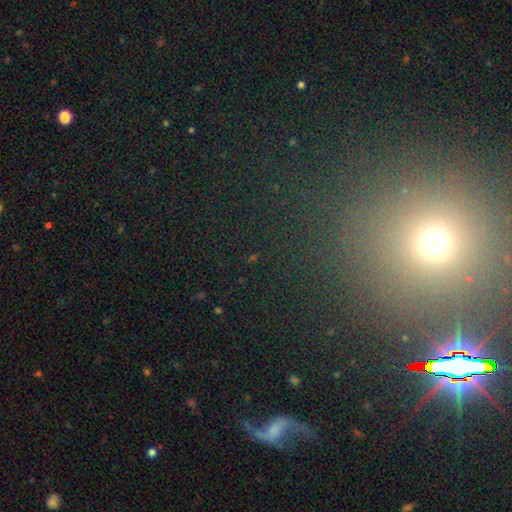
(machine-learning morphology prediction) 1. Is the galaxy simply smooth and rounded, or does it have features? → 57% star or artifact, 30% smooth, 13% featured or disk.